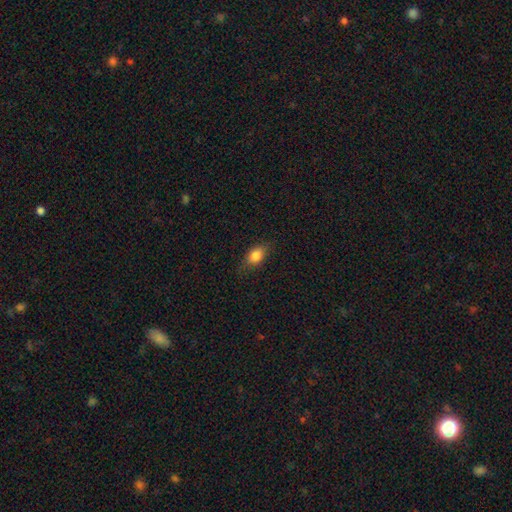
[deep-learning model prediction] This is clearly a smooth galaxy (82%). How rounded: likely in between (79%). Merging: likely none (78%).